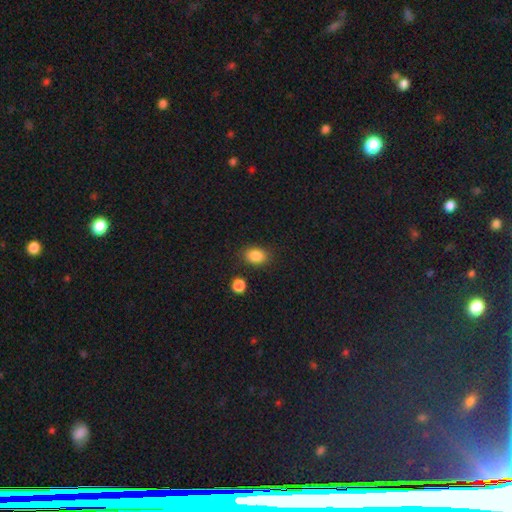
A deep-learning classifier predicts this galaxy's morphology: Smooth or featured? smooth (86%)
How rounded? in between (73%)
Merging? none (82%)